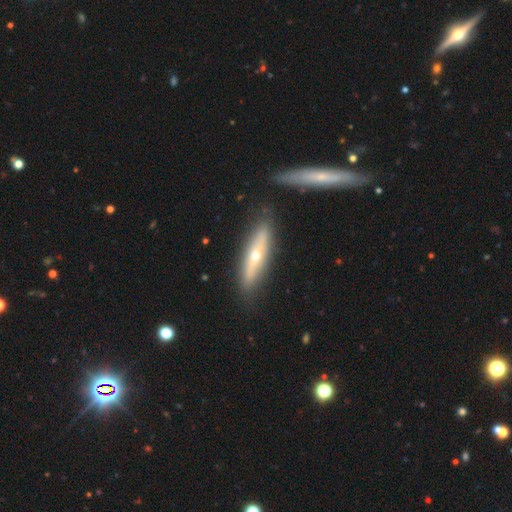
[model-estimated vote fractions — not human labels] A featured or disk galaxy (57%) viewed edge-on (74%).

Vote fractions:
- Smooth or featured? featured or disk: 57% / smooth: 36% / star or artifact: 7%
- Edge-on disk? yes: 74% / no: 26%
- Merging? none: 81% / minor disturbance: 11% / merger: 4% / major disturbance: 3%